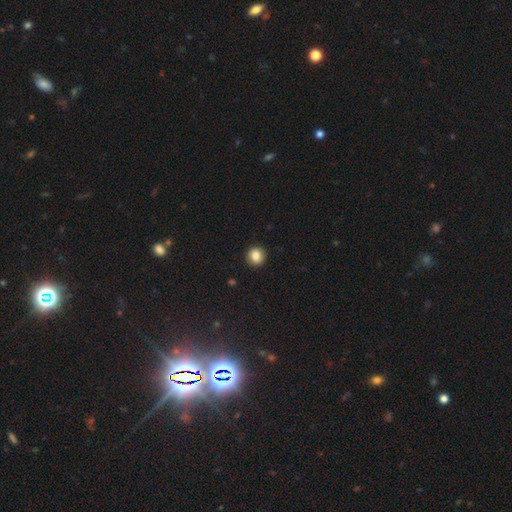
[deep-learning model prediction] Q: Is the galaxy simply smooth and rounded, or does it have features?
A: smooth — 85%.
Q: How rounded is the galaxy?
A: round — 91%.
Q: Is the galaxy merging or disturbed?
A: none — 92%.